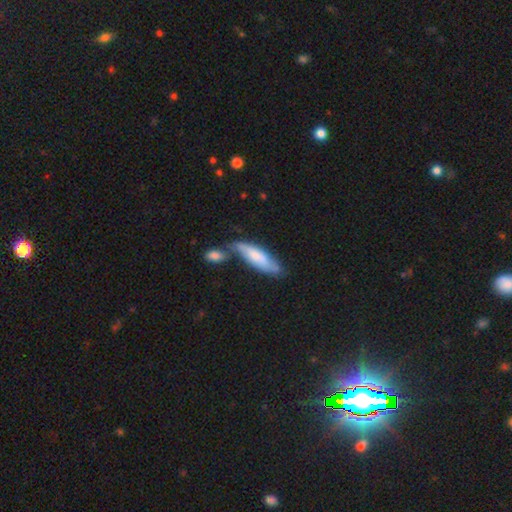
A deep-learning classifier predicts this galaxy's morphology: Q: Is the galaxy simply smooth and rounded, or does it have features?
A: smooth — 59%.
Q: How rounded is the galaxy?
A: cigar-shaped — 55%.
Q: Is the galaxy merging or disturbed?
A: none — 41%.